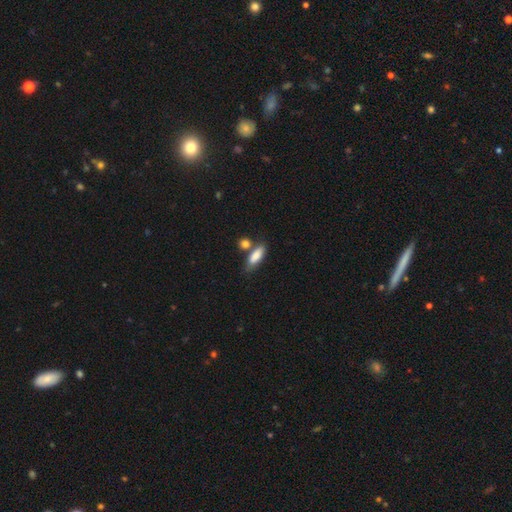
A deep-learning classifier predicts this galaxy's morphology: type=smooth (84%); roundness=in between (68%); merging=none (56%).